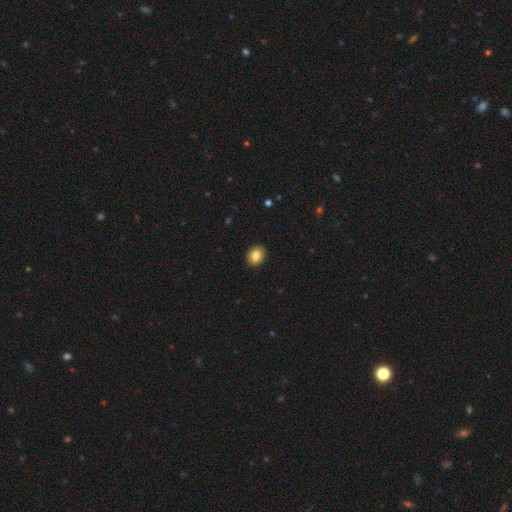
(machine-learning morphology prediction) smooth_or_featured: smooth (p=0.84) [alt: star or artifact p=0.09]
how_rounded: in between (p=0.54) [alt: round p=0.45]
merging: none (p=0.91) [alt: minor disturbance p=0.06]